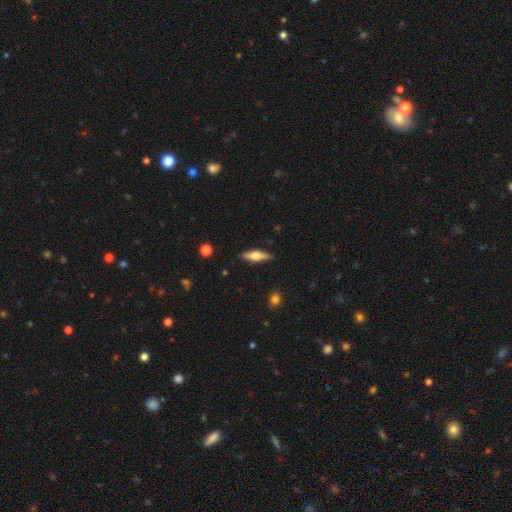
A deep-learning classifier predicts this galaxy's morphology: featured or disk 54%, smooth 40%, star or artifact 6%. Down the decision tree: edge-on disk — yes (94%); edge-on bulge — rounded (90%); merging — none (88%).